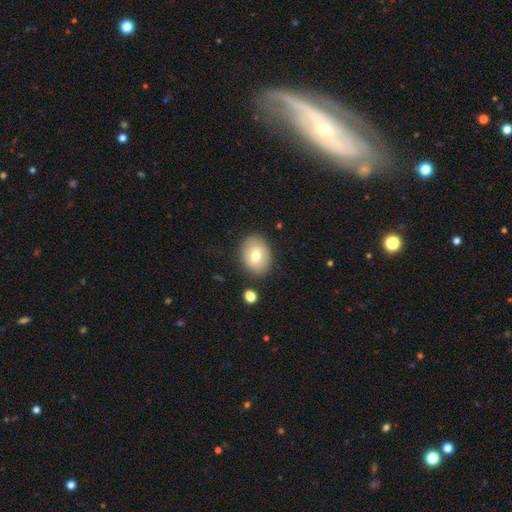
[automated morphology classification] smooth_or_featured: smooth (p=0.70) [alt: featured or disk p=0.21]
how_rounded: in between (p=0.63) [alt: round p=0.36]
merging: none (p=0.84) [alt: minor disturbance p=0.10]